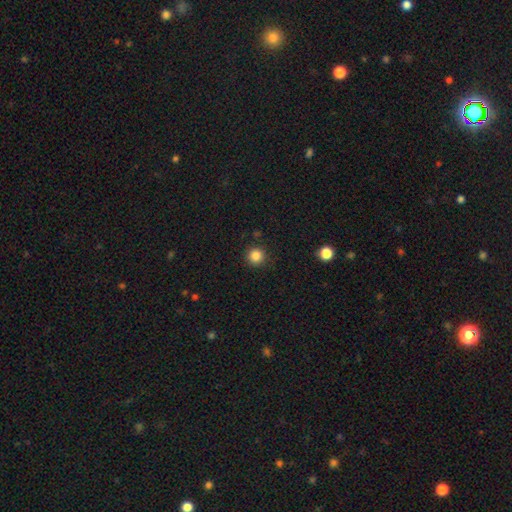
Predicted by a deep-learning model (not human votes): Morphology: type=smooth (85%); roundness=round (95%); merging=none (89%).